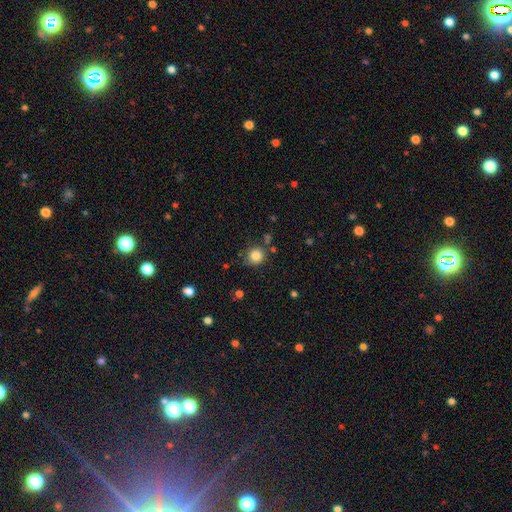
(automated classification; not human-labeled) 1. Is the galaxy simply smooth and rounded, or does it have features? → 84% smooth, 11% star or artifact, 5% featured or disk.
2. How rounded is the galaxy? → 87% round, 12% in between, 1% cigar-shaped.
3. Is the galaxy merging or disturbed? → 77% none, 14% minor disturbance, 5% merger, 4% major disturbance.